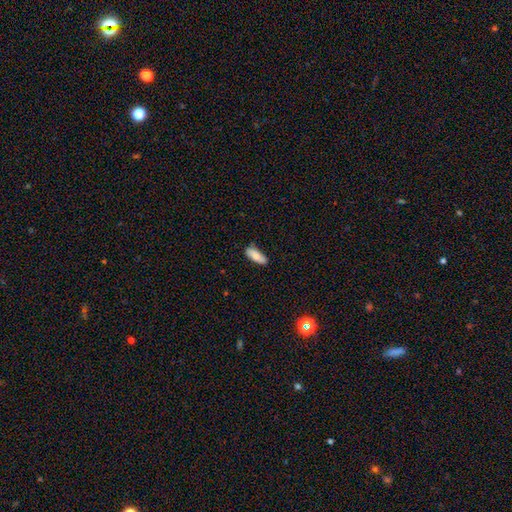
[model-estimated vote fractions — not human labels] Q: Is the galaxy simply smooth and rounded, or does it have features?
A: smooth — 82%.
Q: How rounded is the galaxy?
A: in between — 73%.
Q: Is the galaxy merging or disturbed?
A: none — 78%.